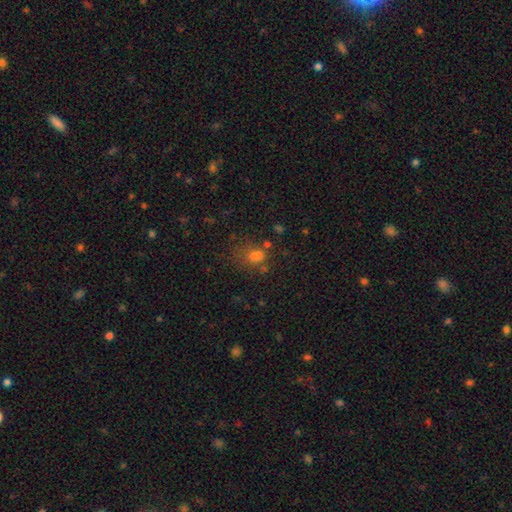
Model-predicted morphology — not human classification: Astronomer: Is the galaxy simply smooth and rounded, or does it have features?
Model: smooth — 65%.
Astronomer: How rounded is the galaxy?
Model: round — 54% (runner-up: in between, 44%).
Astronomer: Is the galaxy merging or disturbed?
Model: none — 48%.